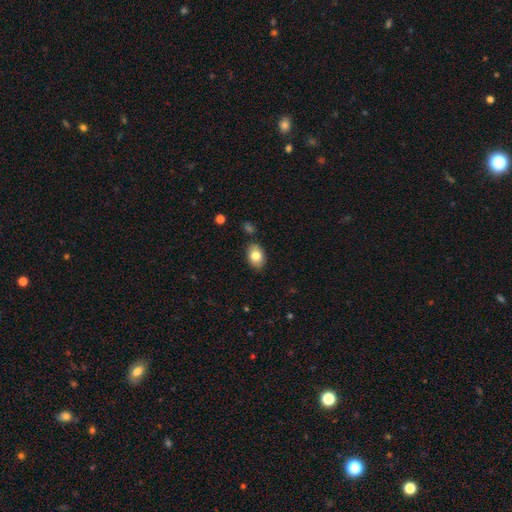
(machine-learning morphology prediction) A smooth galaxy with no disk features (81%) that is in between round and cigar-shaped (84%). Merging: none (84%).